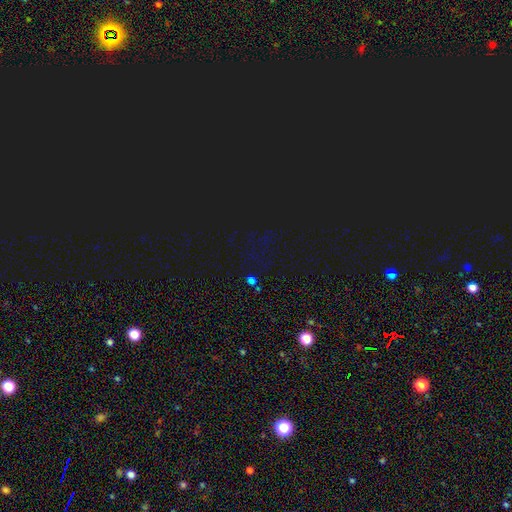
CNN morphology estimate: The model was most divided on "smooth or featured": star or artifact: 75%, smooth: 19%, featured or disk: 6%.